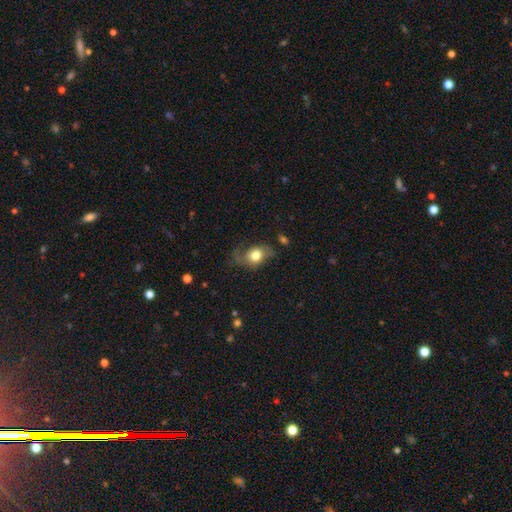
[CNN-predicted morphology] smooth-or-featured: smooth: 57% | featured or disk: 35% | star or artifact: 8%
  how-rounded: in between: 60% | round: 39% | cigar-shaped: 2%
  merging: none: 49% | minor disturbance: 26% | major disturbance: 22% | merger: 2%